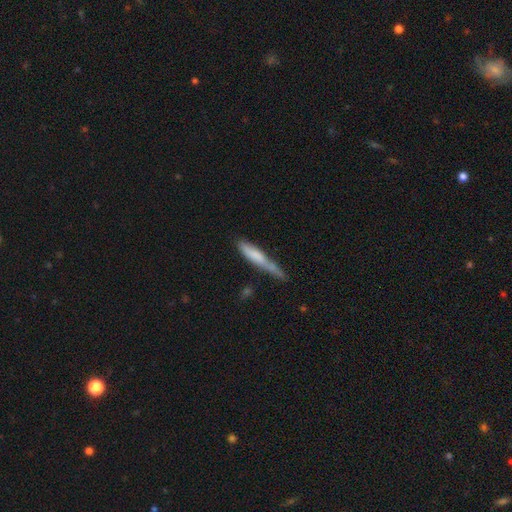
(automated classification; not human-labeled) Smooth or featured: smooth — 67% (featured or disk — 26%)
How rounded: cigar-shaped — 89% (in between — 10%)
Merging: none — 44% (minor disturbance — 32%)